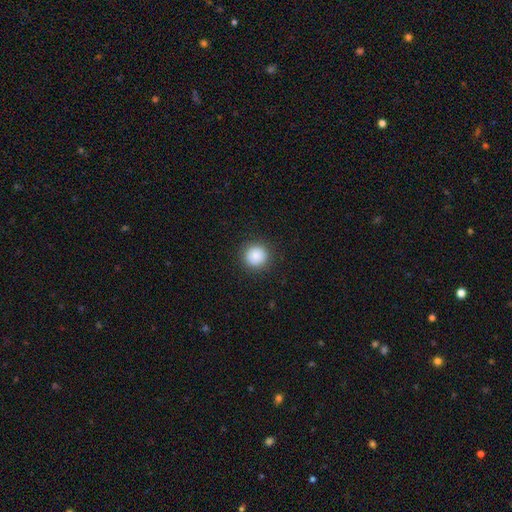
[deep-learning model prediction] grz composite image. It shows a smooth galaxy with no disk features (87%) that is round (94%). Merging: none (92%).